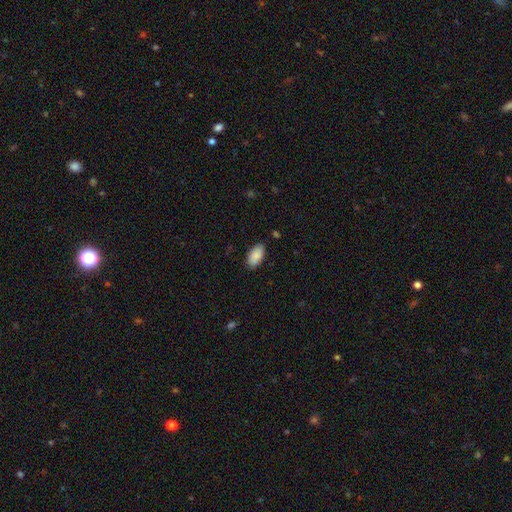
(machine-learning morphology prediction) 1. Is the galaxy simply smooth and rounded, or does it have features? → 89% smooth, 6% star or artifact, 5% featured or disk.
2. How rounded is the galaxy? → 94% in between, 3% cigar-shaped, 2% round.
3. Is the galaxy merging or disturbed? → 84% none, 12% minor disturbance, 2% major disturbance, 2% merger.